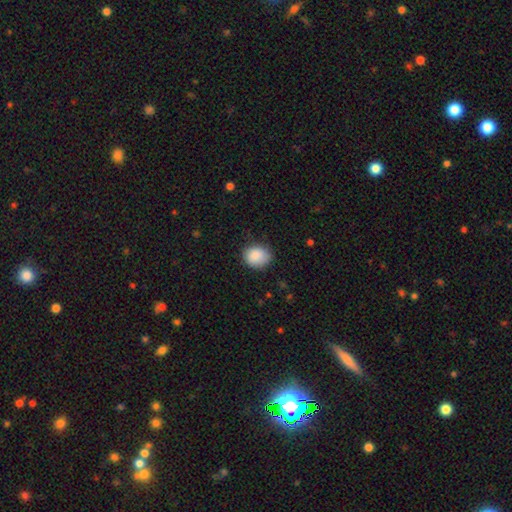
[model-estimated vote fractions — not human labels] smooth-or-featured: smooth: 87% | star or artifact: 8% | featured or disk: 5%
  how-rounded: round: 65% | in between: 34% | cigar-shaped: 1%
  merging: none: 74% | minor disturbance: 20% | major disturbance: 4% | merger: 1%